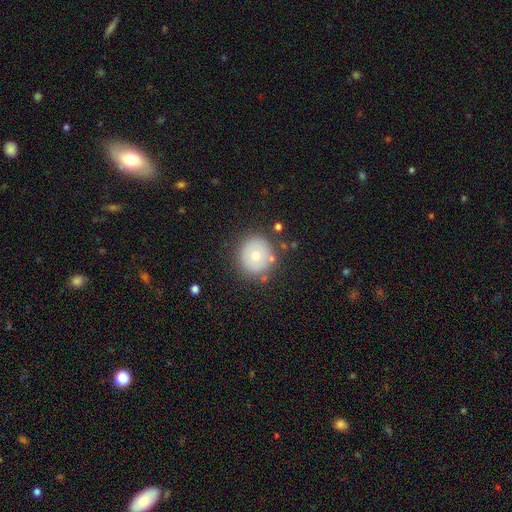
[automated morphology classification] The model was most divided on "smooth or featured": smooth: 65%, featured or disk: 23%, star or artifact: 12%. More confident: how rounded — round (89%); merging — none (83%).